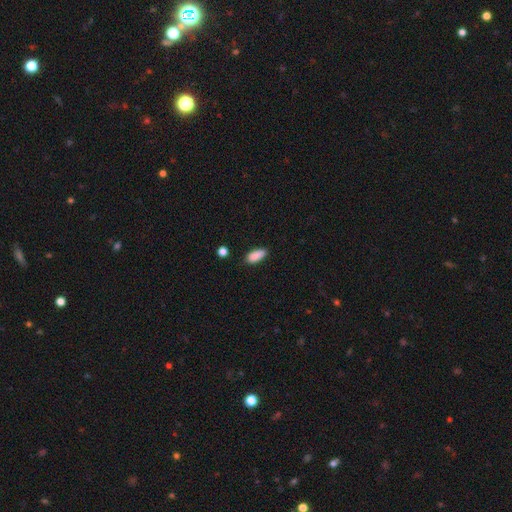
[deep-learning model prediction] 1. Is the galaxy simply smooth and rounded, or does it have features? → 88% smooth, 7% star or artifact, 5% featured or disk.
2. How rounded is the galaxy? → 82% in between, 16% cigar-shaped, 2% round.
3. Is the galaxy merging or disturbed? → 78% none, 17% minor disturbance, 3% major disturbance, 3% merger.